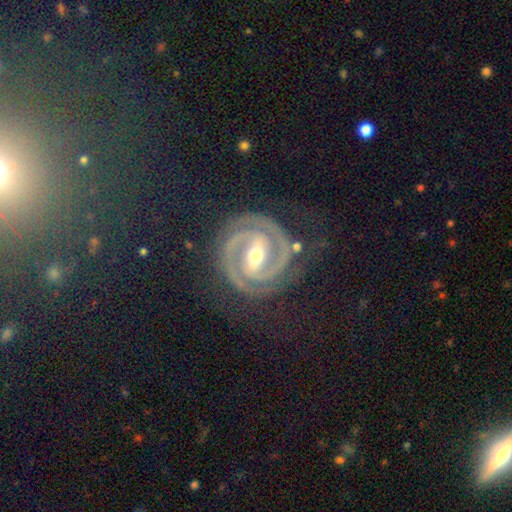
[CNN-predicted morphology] Smooth or featured? featured or disk (89%)
Edge-on disk? no (97%)
Bar? strong (62%)
Spiral arms? yes (98%)
Spiral winding? tight (77%)
Spiral arm count? 2 (92%)
Bulge size? moderate (65%)
Merging? none (81%)